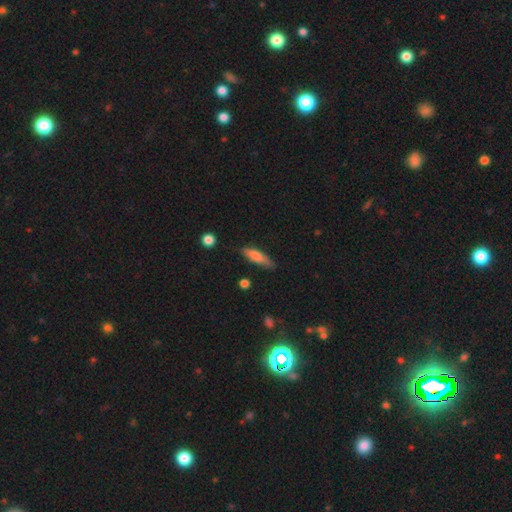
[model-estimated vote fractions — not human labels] Smooth or featured: smooth — 73% (featured or disk — 20%)
How rounded: cigar-shaped — 68% (in between — 30%)
Merging: none — 78% (minor disturbance — 17%)